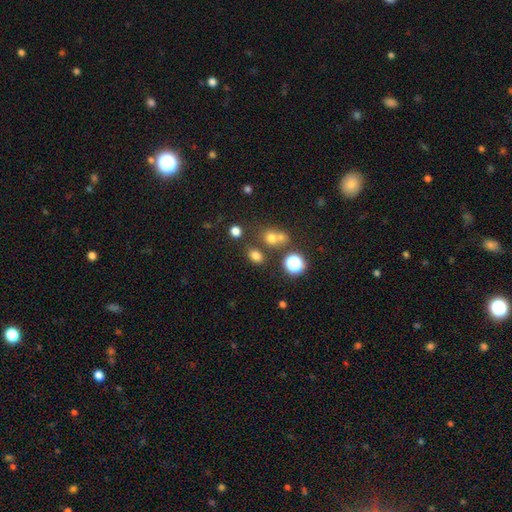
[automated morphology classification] smooth-or-featured: smooth: 73% | star or artifact: 20% | featured or disk: 7%
  how-rounded: in between: 59% | round: 39% | cigar-shaped: 1%
  merging: none: 69% | merger: 15% | minor disturbance: 11% | major disturbance: 5%